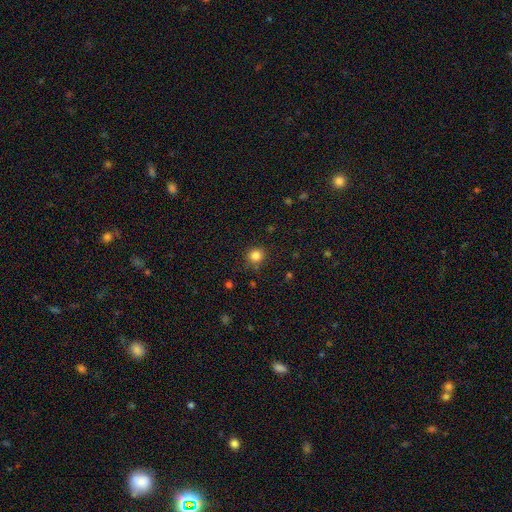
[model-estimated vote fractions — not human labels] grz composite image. It shows a smooth galaxy with no disk features (84%) that is round (91%). Merging: none (85%).